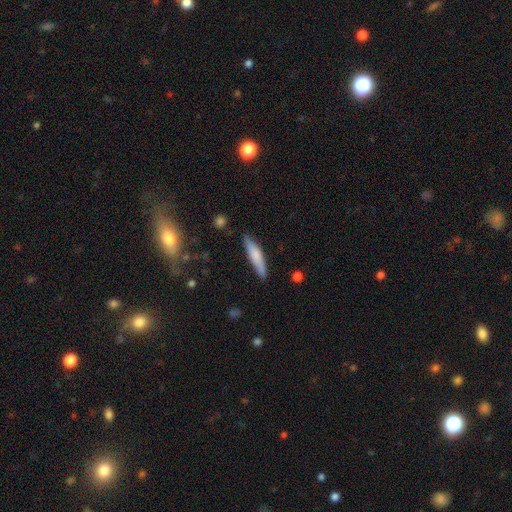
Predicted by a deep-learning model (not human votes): Smooth or featured? smooth (69%)
How rounded? cigar-shaped (84%)
Merging? none (80%)